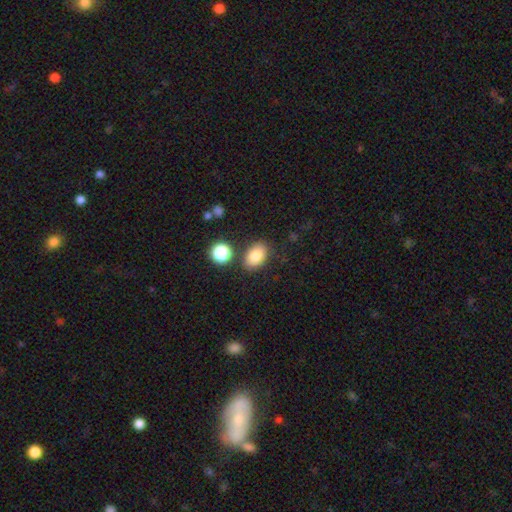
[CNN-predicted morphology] Overall: smooth (82%). How rounded: in between (83%). Merging: none (80%).